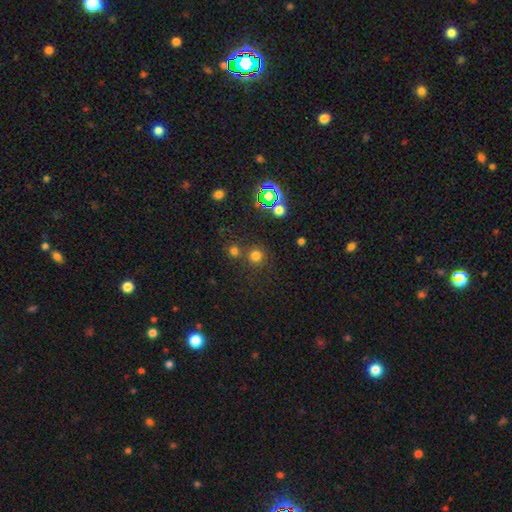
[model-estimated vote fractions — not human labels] A smooth galaxy with no disk features (69%) that is round (93%). Merging: none (73%).